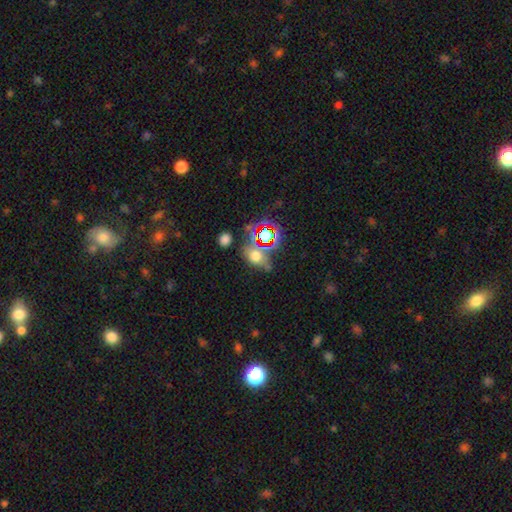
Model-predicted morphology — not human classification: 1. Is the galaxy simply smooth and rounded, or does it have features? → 50% smooth, 35% star or artifact, 15% featured or disk.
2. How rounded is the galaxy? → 54% in between, 42% round, 4% cigar-shaped.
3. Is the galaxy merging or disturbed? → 55% none, 18% minor disturbance, 15% merger, 11% major disturbance.